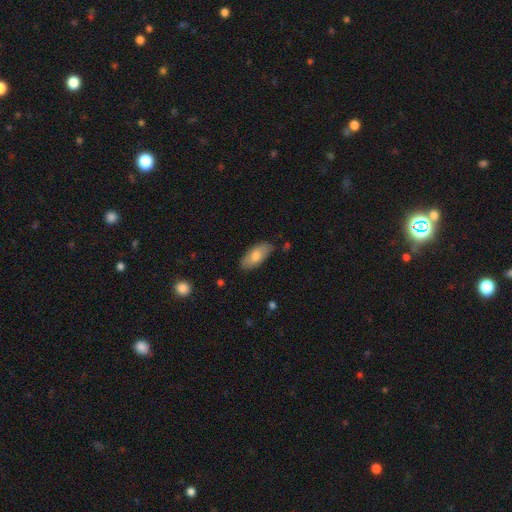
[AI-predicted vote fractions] Smooth or featured? smooth (74%)
How rounded? in between (89%)
Merging? none (80%)